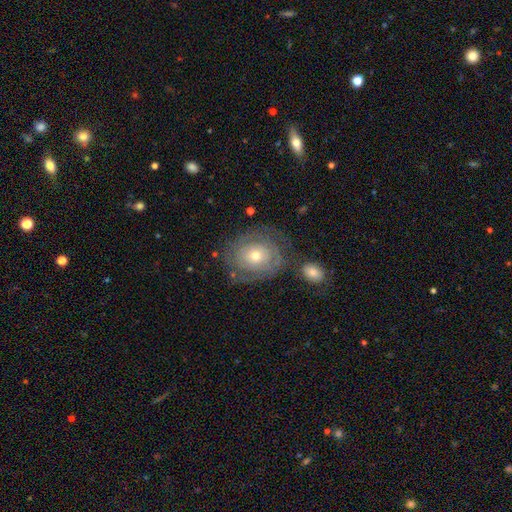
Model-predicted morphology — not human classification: smooth-or-featured: featured or disk: 66% | smooth: 27% | star or artifact: 8%
  disk-edge-on: no: 96% | yes: 4%
    bar: no: 87% | weak: 11% | strong: 3%
    has-spiral-arms: yes: 72% | no: 28%
    bulge-size: small: 48% | moderate: 46% | large: 3% | dominant: 1% | none: 1%
  merging: none: 69% | minor disturbance: 17% | major disturbance: 10% | merger: 4%